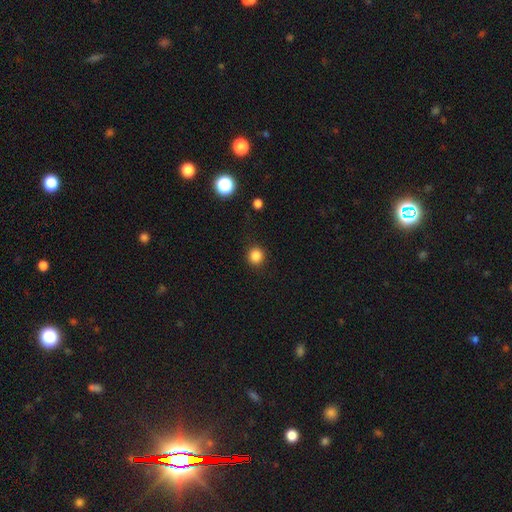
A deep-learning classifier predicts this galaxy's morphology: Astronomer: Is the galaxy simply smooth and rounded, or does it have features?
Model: smooth — 85%.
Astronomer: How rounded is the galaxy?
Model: round — 93%.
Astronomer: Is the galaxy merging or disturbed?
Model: none — 91%.